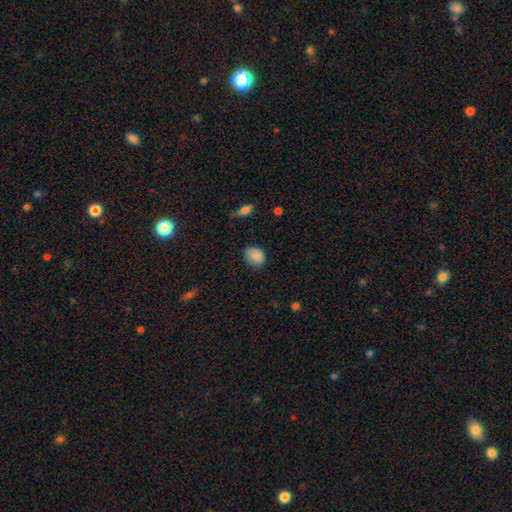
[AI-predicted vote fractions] Q: Smooth or featured?
A: smooth (87%); runner-up: star or artifact (8%)
Q: How rounded?
A: in between (63%); runner-up: round (36%)
Q: Merging?
A: none (72%); runner-up: minor disturbance (23%)